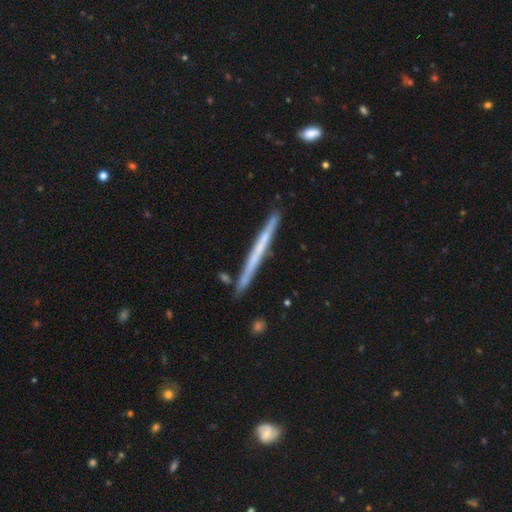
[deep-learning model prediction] Smooth or featured: featured or disk — 53% (smooth — 41%)
Edge-on disk: yes — 97% (no — 3%)
Edge-on bulge: none — 88% (rounded — 9%)
Merging: none — 87% (minor disturbance — 9%)